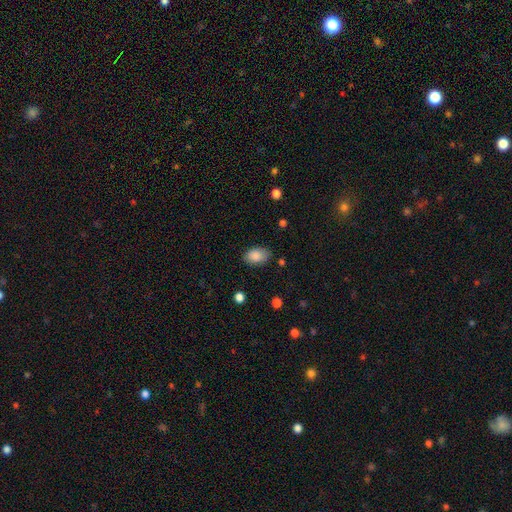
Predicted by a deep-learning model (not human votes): smooth 87%, star or artifact 7%, featured or disk 6%. Down the decision tree: how rounded — in between (91%); merging — none (84%).